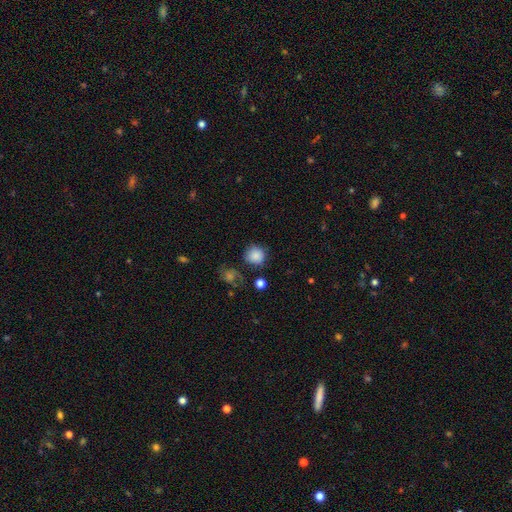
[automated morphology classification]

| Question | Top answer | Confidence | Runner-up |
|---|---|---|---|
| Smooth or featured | smooth | 85% | star or artifact (9%) |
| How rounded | round | 91% | in between (8%) |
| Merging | none | 71% | minor disturbance (17%) |